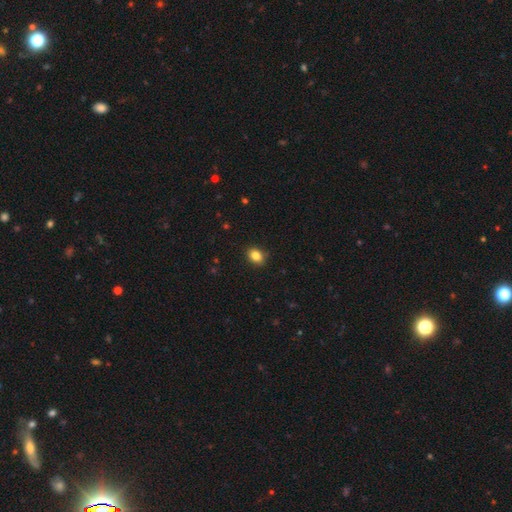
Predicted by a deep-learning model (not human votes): Morphology: type=smooth (85%); roundness=in between (61%); merging=none (88%).